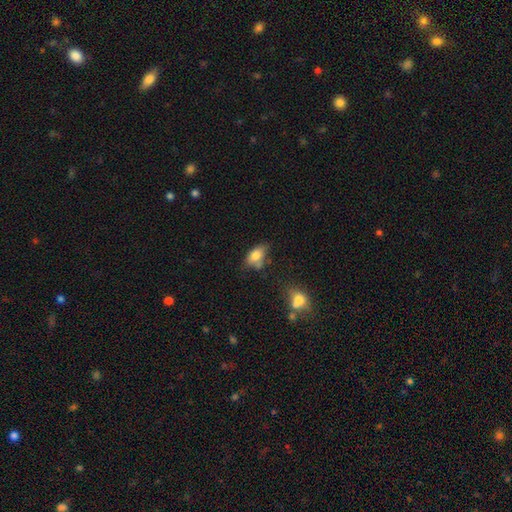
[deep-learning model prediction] Smooth or featured? smooth (77%)
How rounded? in between (88%)
Merging? none (46%)